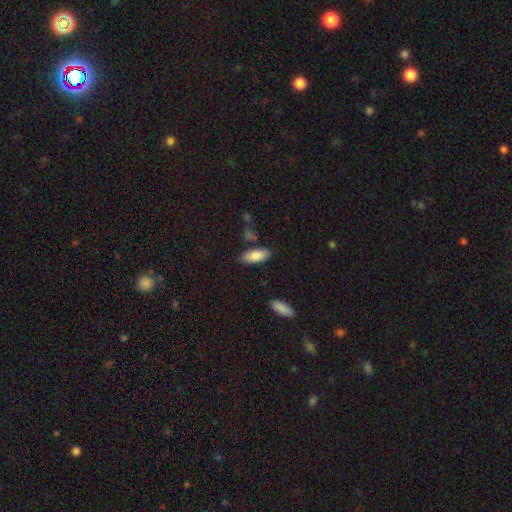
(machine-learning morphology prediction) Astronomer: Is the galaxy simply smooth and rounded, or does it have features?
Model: smooth — 85%.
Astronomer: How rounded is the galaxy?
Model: in between — 79%.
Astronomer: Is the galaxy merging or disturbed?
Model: none — 82%.